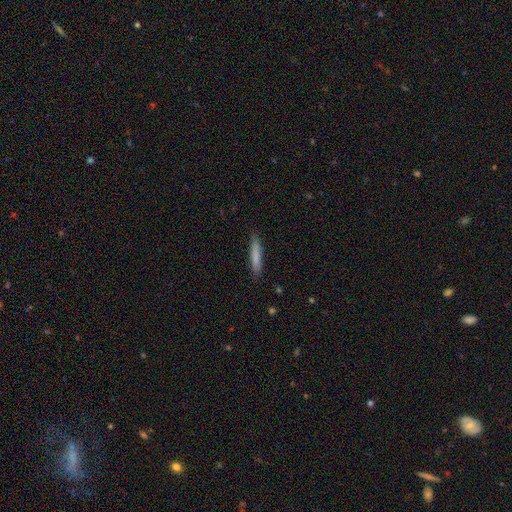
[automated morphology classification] Smooth or featured? Predicted: smooth (p=0.80). How rounded? Predicted: cigar-shaped (p=0.92). Merging? Predicted: none (p=0.87).